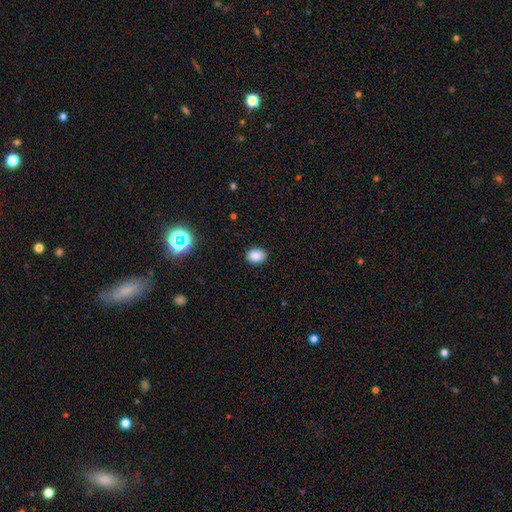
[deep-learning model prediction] This is clearly a smooth galaxy (84%). How rounded: likely in between (69%). Merging: clearly none (88%).